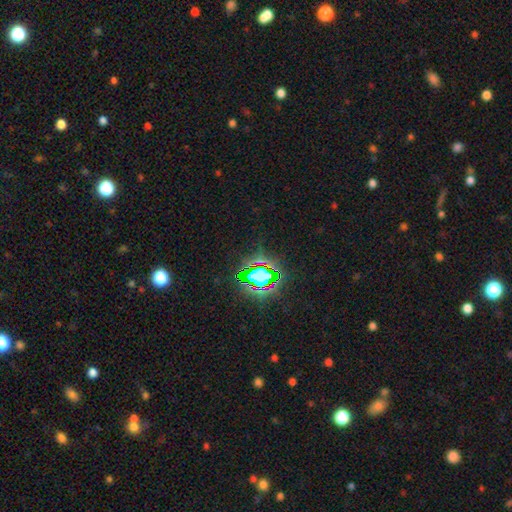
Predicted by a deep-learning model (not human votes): Smooth or featured? Predicted: star or artifact (p=0.82).